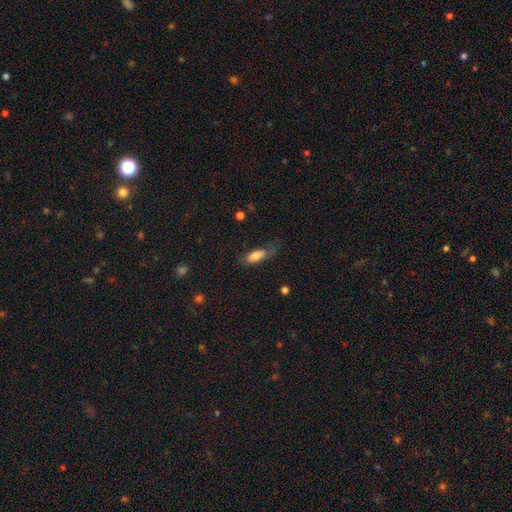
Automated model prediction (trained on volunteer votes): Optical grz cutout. It shows a smooth galaxy with no disk features (76%) that is in between round and cigar-shaped (74%). Merging: none (47%).